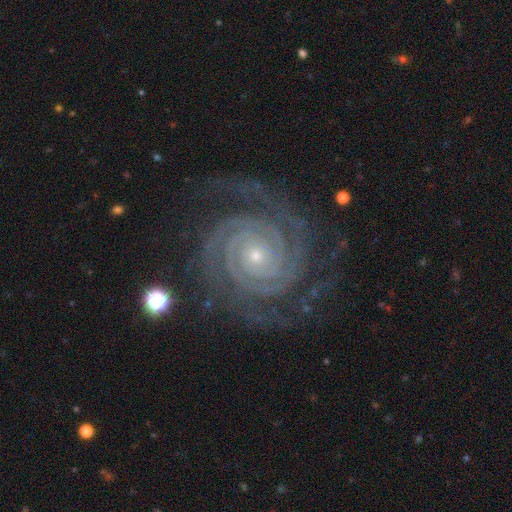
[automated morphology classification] Smooth or featured? featured or disk (92%)
Edge-on disk? no (98%)
Bar? no (75%)
Spiral arms? yes (99%)
Spiral winding? tight (87%)
Spiral arm count? 2 (50%)
Bulge size? small (81%)
Merging? none (79%)